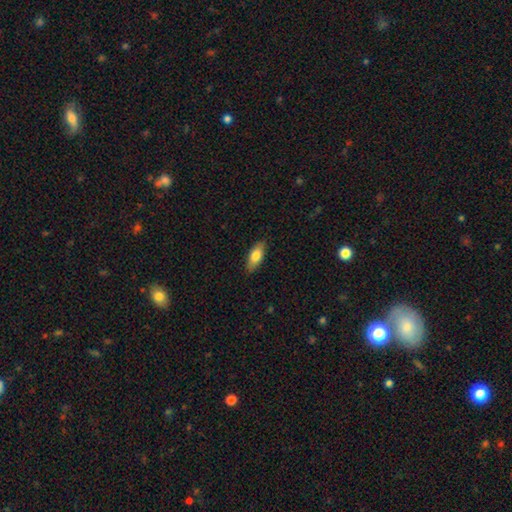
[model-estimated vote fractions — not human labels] Smooth or featured: smooth — 77% (featured or disk — 17%)
How rounded: in between — 81% (cigar-shaped — 17%)
Merging: none — 87% (minor disturbance — 10%)